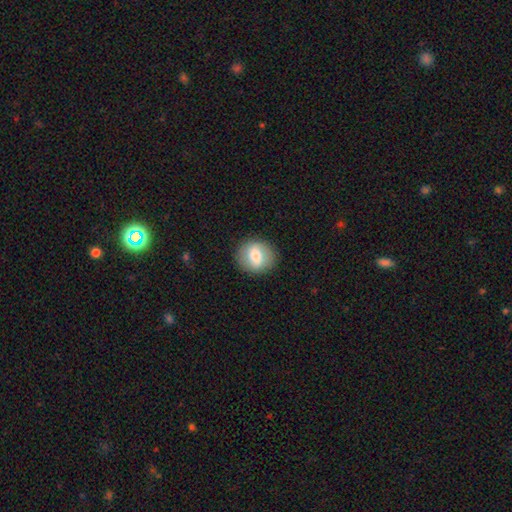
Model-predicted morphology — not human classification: smooth_or_featured: smooth (p=0.68) [alt: featured or disk p=0.24]
how_rounded: round (p=0.74) [alt: in between p=0.25]
merging: none (p=0.87) [alt: minor disturbance p=0.09]